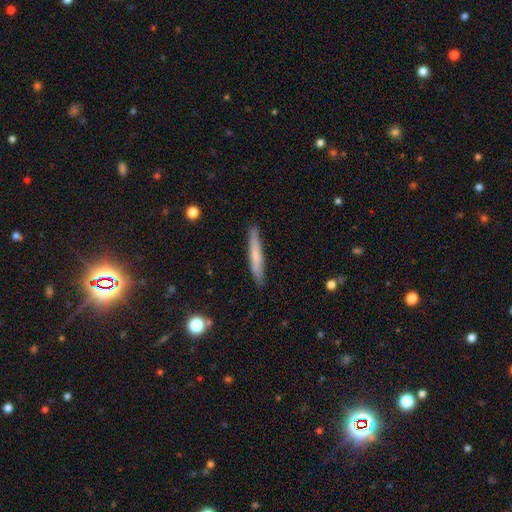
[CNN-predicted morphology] A smooth galaxy with no disk features (61%) that is cigar-shaped (95%). Merging: none (88%).